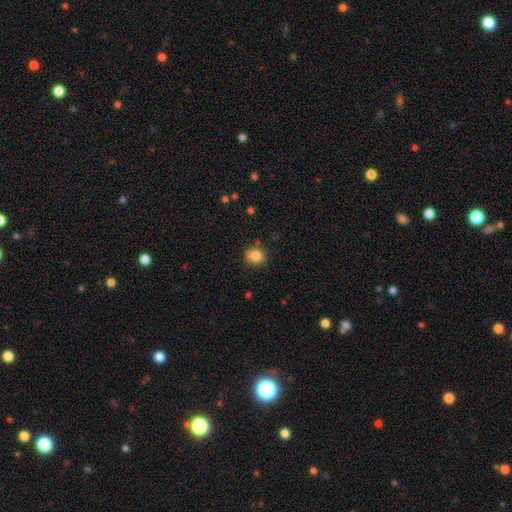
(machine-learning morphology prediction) Smooth or featured: smooth — 83% (star or artifact — 10%)
How rounded: round — 77% (in between — 22%)
Merging: none — 80% (minor disturbance — 14%)